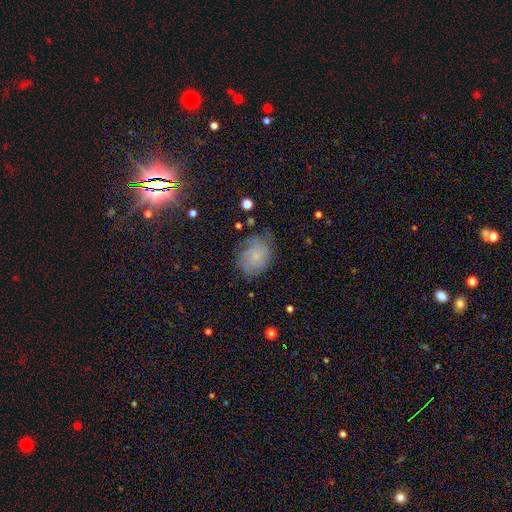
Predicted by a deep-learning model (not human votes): Overall: featured or disk (46%; smooth 40%). Merging: none (64%; minor disturbance 24%).